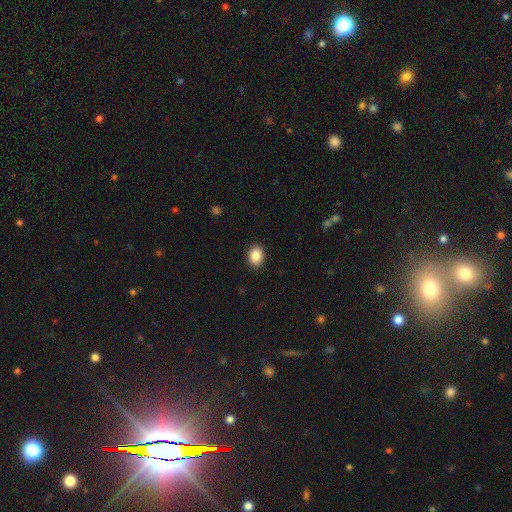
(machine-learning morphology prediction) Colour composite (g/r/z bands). It shows a smooth galaxy with no disk features (87%) that is in between round and cigar-shaped (63%). Merging: none (90%).